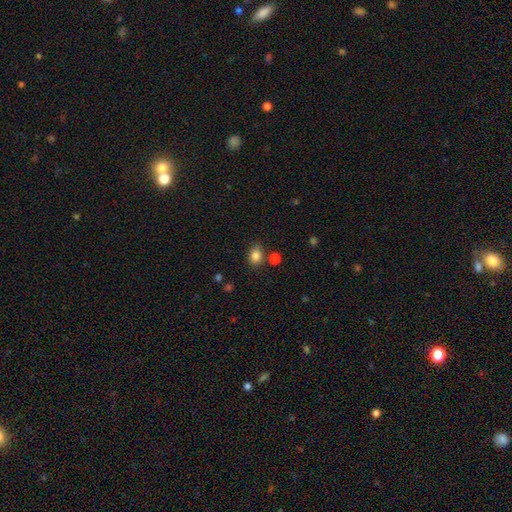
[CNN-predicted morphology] Overall: smooth (84%). How rounded: in between (62%; round 37%). Merging: none (75%).